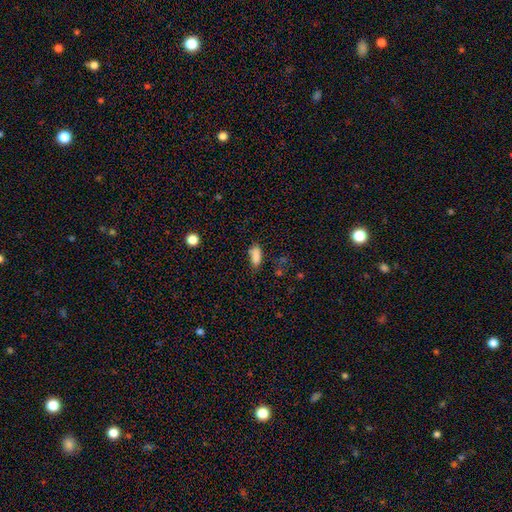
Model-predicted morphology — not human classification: Q: Smooth or featured?
A: smooth (85%); runner-up: star or artifact (10%)
Q: How rounded?
A: in between (84%); runner-up: cigar-shaped (13%)
Q: Merging?
A: none (66%); runner-up: minor disturbance (24%)